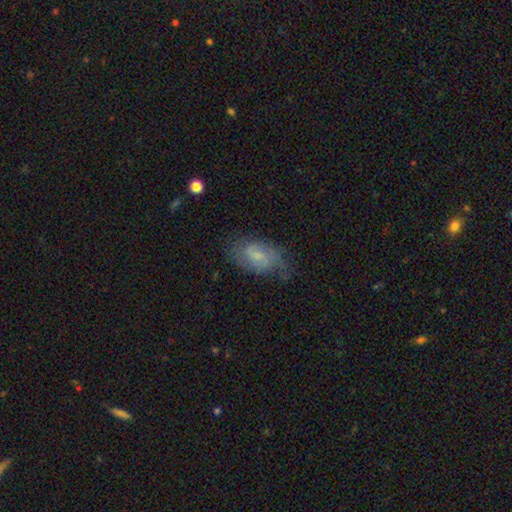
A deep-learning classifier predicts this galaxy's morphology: Smooth or featured: featured or disk — 47% (smooth — 44%)
Merging: none — 63% (minor disturbance — 25%)